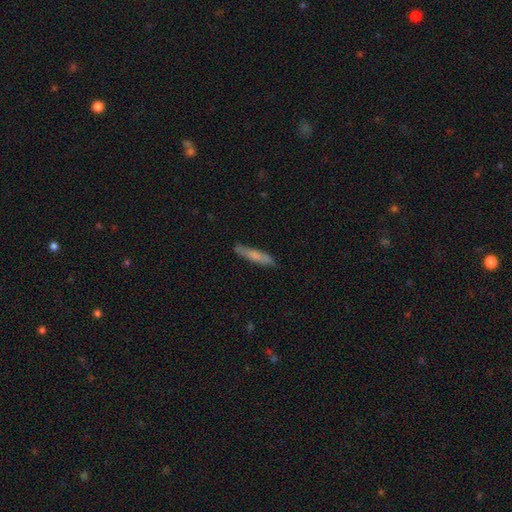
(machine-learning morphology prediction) Smooth or featured?
  - smooth: 71% *
  - featured or disk: 23%
  - star or artifact: 6%
How rounded?
  - cigar-shaped: 89% *
  - in between: 9%
  - round: 1%
Merging?
  - none: 86% *
  - minor disturbance: 11%
  - major disturbance: 2%
  - merger: 1%